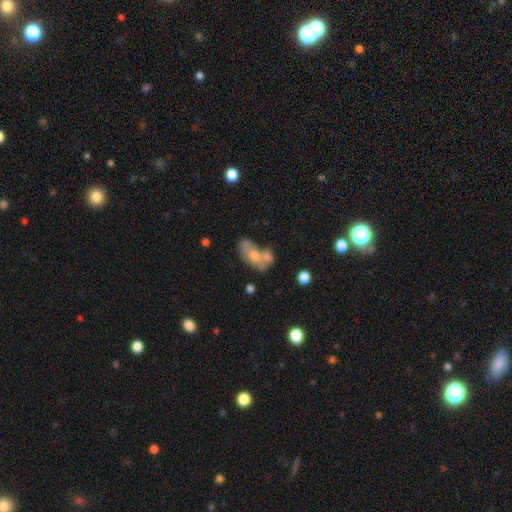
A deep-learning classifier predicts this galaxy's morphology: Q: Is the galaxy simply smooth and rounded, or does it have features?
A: smooth — 60%.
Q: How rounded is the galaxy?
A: in between — 89%.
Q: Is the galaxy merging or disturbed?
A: merger — 47%.